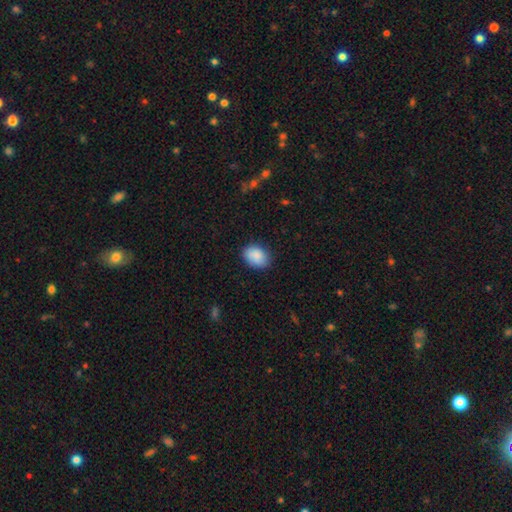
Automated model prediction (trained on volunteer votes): Smooth or featured?
  - smooth: 86% *
  - star or artifact: 7%
  - featured or disk: 7%
How rounded?
  - in between: 73% *
  - round: 26%
  - cigar-shaped: 1%
Merging?
  - none: 79% *
  - minor disturbance: 16%
  - major disturbance: 3%
  - merger: 1%